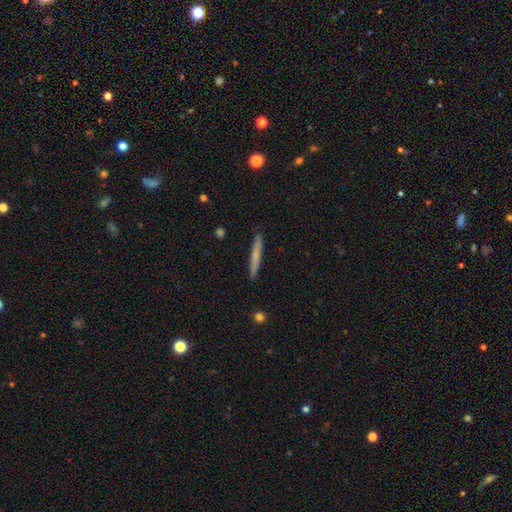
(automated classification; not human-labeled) smooth-or-featured: smooth: 63% | featured or disk: 31% | star or artifact: 6%
  how-rounded: cigar-shaped: 96% | in between: 2% | round: 1%
  merging: none: 91% | minor disturbance: 6% | major disturbance: 1% | merger: 1%